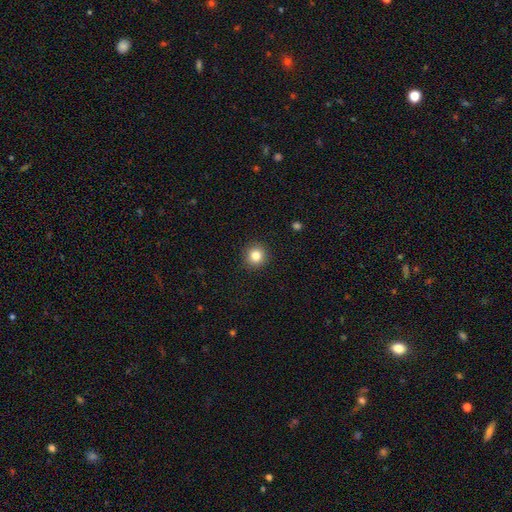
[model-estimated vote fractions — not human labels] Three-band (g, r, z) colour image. It shows a smooth galaxy with no disk features (84%) that is round (92%). Merging: none (92%).